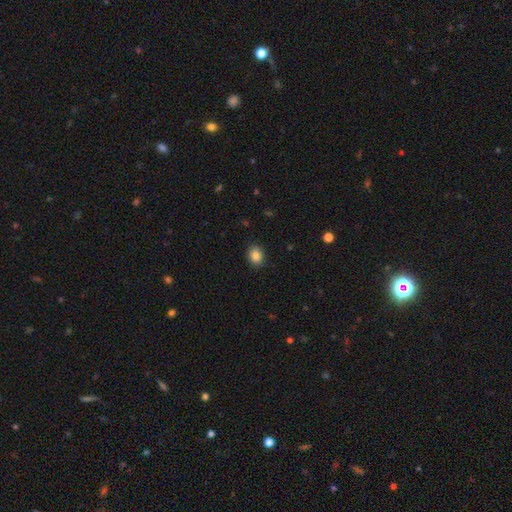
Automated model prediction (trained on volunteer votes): smooth 86%, star or artifact 9%, featured or disk 5%. Down the decision tree: how rounded — round (51%); merging — none (89%).